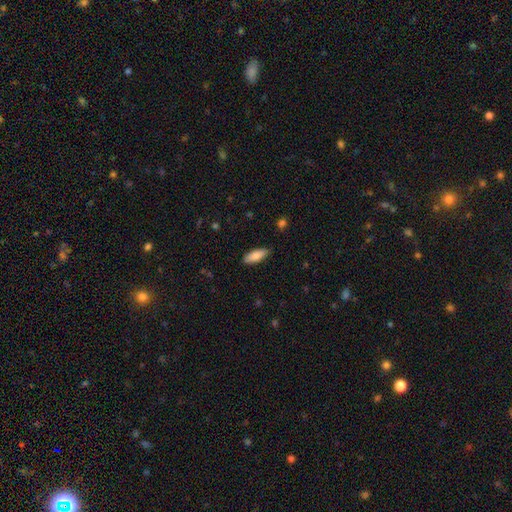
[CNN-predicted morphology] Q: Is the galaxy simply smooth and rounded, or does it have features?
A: smooth — 84%.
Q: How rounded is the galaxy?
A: in between — 71%.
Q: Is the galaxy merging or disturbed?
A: none — 84%.